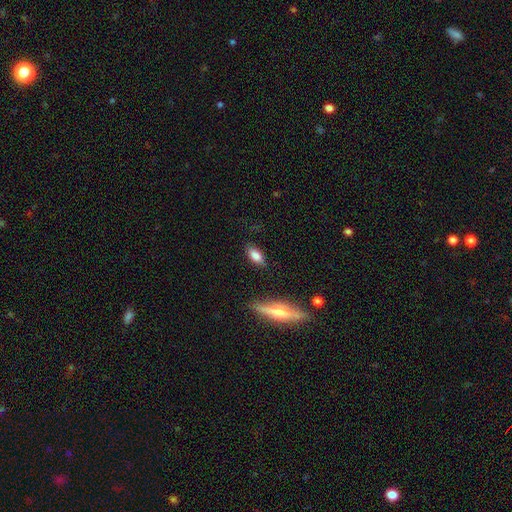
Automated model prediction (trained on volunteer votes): The model was most divided on "smooth or featured": smooth: 78%, featured or disk: 14%, star or artifact: 8%. More confident: how rounded — in between (81%); merging — none (80%).